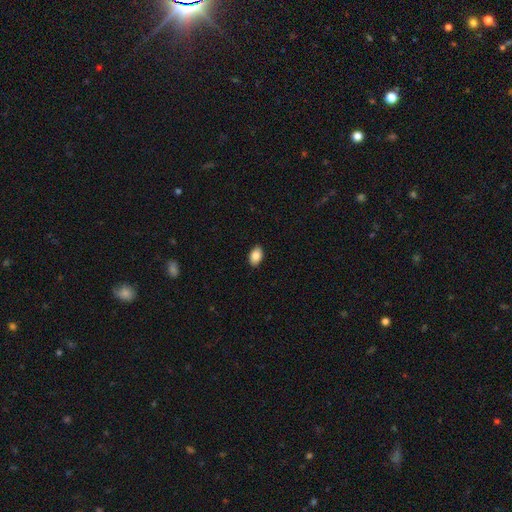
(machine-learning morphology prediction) This appears to be a smooth galaxy with no disk features (88%) that is in between round and cigar-shaped (91%). Merging: none (90%).